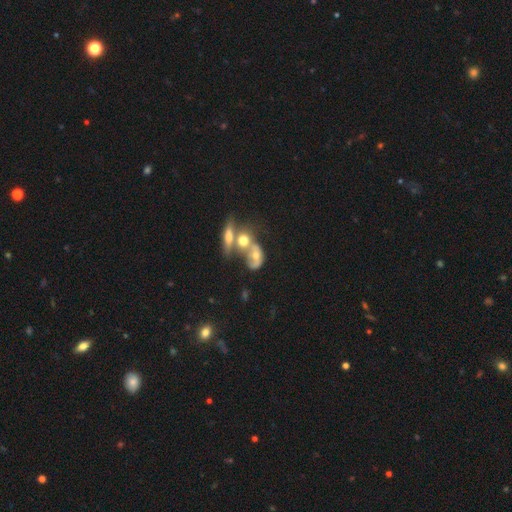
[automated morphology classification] Smooth or featured: featured or disk — 47% (smooth — 42%)
Merging: merger — 63% (none — 16%)